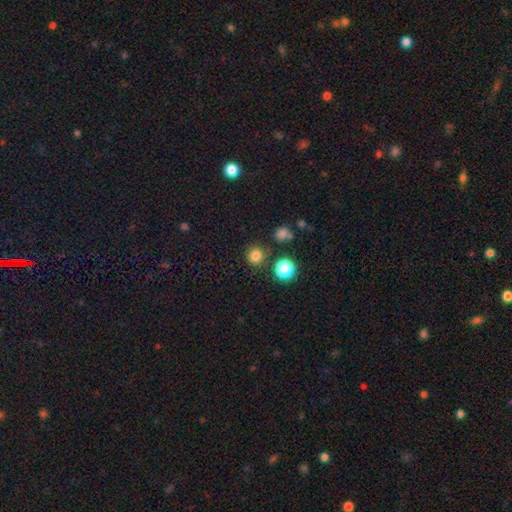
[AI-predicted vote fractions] Smooth or featured? smooth (79%)
How rounded? round (91%)
Merging? none (84%)